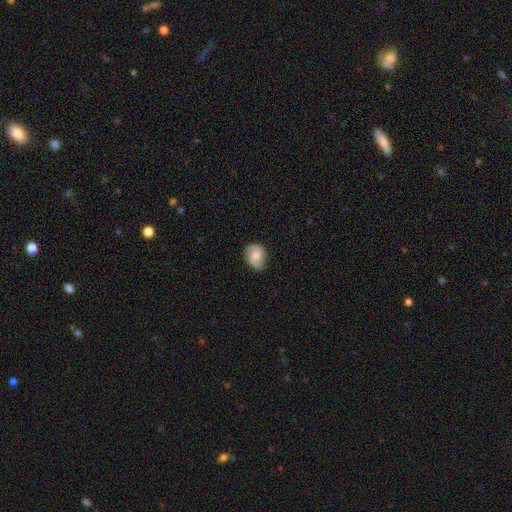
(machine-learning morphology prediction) Q: Smooth or featured?
A: featured or disk (49%); runner-up: smooth (43%)
Q: Merging?
A: none (76%); runner-up: minor disturbance (18%)